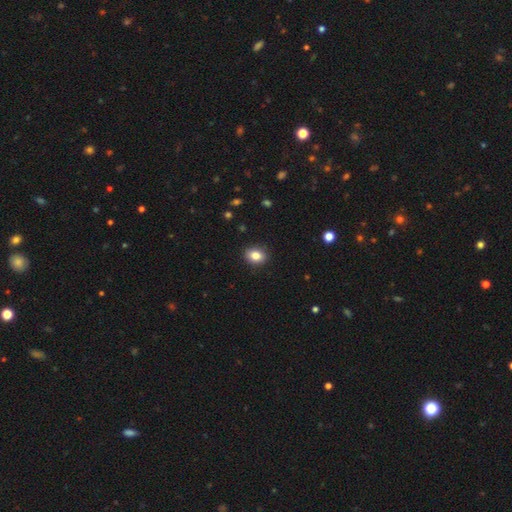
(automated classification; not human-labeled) A smooth galaxy with no disk features (84%) that is in between round and cigar-shaped (61%).

Vote fractions:
- Smooth or featured? smooth: 84% / star or artifact: 9% / featured or disk: 7%
- How rounded? in between: 61% / round: 38% / cigar-shaped: 1%
- Merging? none: 90% / minor disturbance: 7% / major disturbance: 2% / merger: 1%